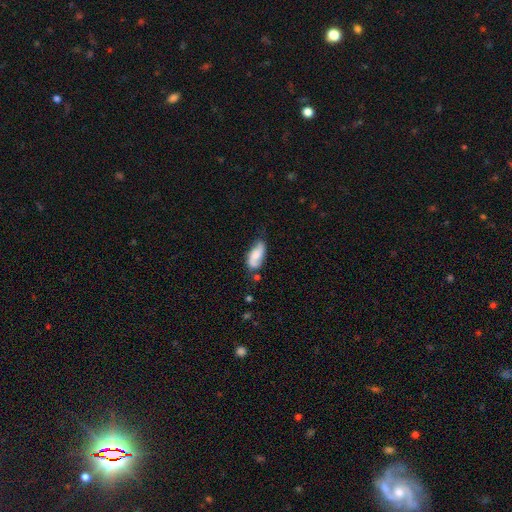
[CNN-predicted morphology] A smooth galaxy with no disk features (52%) that is in between round and cigar-shaped (84%).

Vote fractions:
- Smooth or featured? smooth: 52% / featured or disk: 41% / star or artifact: 7%
- How rounded? in between: 84% / cigar-shaped: 13% / round: 3%
- Merging? none: 57% / minor disturbance: 29% / major disturbance: 8% / merger: 6%